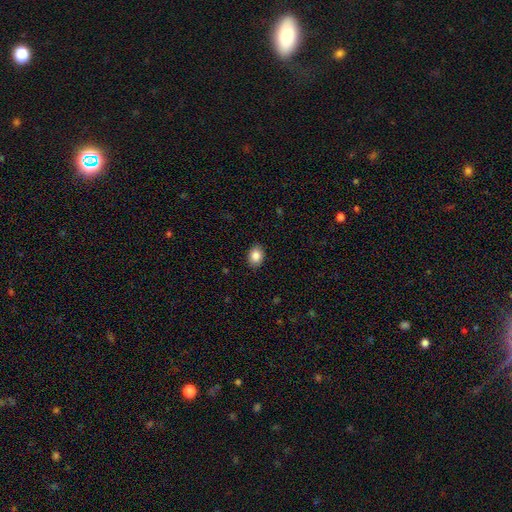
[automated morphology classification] Overall: smooth (86%). How rounded: in between (67%; round 32%). Merging: none (88%).